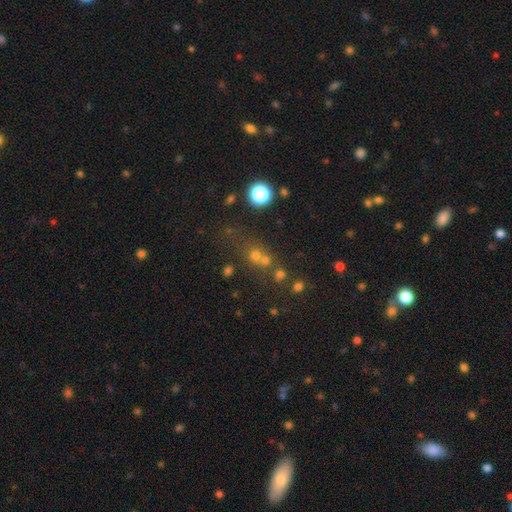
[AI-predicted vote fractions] Overall: smooth (52%; star or artifact 33%). How rounded: round (83%). Merging: none (47%; merger 39%).